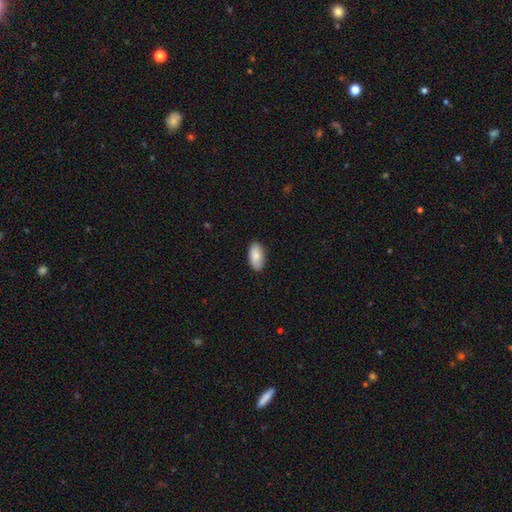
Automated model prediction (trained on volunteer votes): smooth 85%, featured or disk 9%, star or artifact 6%. Down the decision tree: how rounded — in between (94%); merging — none (85%).